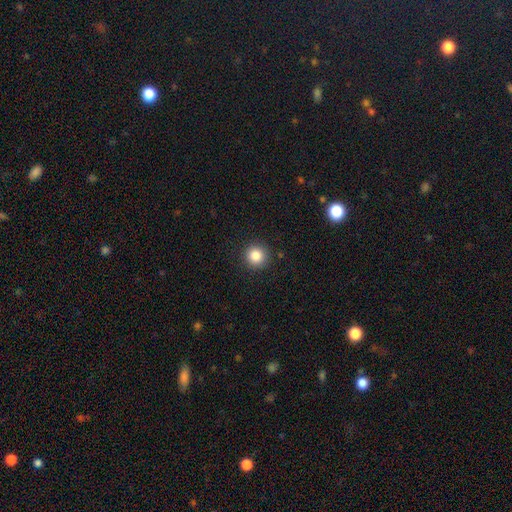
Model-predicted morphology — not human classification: This appears to be a smooth galaxy with no disk features (85%) that is round (94%). Merging: none (91%).